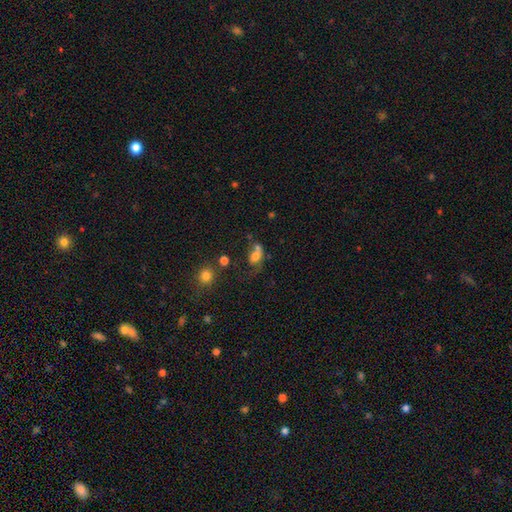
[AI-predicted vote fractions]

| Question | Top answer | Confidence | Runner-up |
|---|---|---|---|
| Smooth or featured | smooth | 67% | featured or disk (21%) |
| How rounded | in between | 65% | round (32%) |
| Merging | merger | 38% | none (23%) |